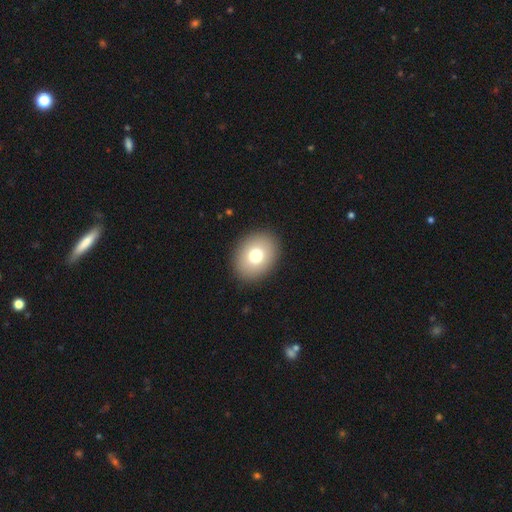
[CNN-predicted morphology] smooth-or-featured: smooth: 76% | featured or disk: 14% | star or artifact: 9%
  how-rounded: in between: 60% | round: 39% | cigar-shaped: 1%
  merging: none: 90% | minor disturbance: 6% | major disturbance: 2% | merger: 1%